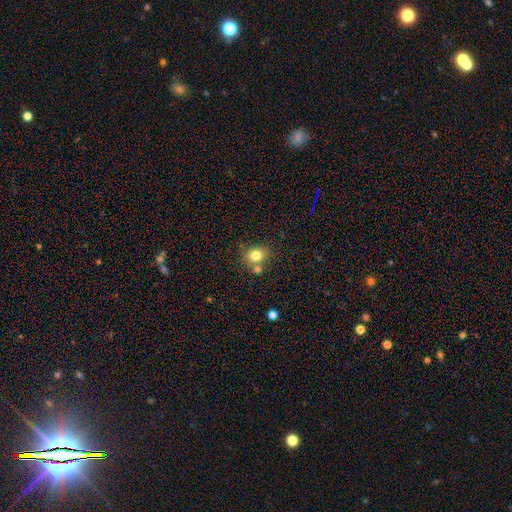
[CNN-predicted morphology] Smooth or featured?
  - smooth: 79% *
  - star or artifact: 12%
  - featured or disk: 9%
How rounded?
  - round: 60% *
  - in between: 39%
  - cigar-shaped: 1%
Merging?
  - none: 63% *
  - merger: 20%
  - minor disturbance: 13%
  - major disturbance: 4%